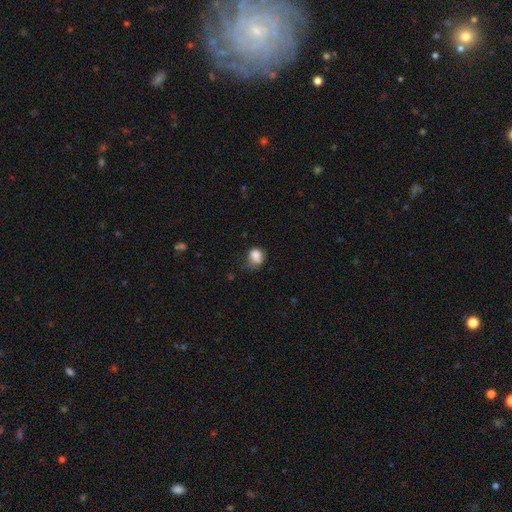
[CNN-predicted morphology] This appears to be a smooth galaxy with no disk features (83%) that is round (60%). Merging: none (43%).